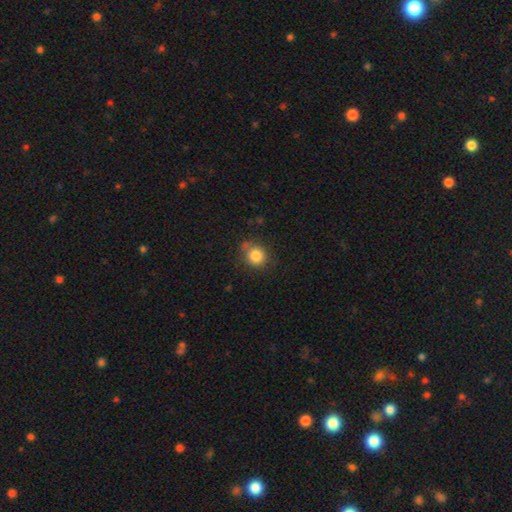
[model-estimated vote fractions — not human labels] The model was most divided on "merging": none: 72%, minor disturbance: 19%, major disturbance: 5%, merger: 4%. More confident: smooth or featured — smooth (83%); how rounded — round (83%).